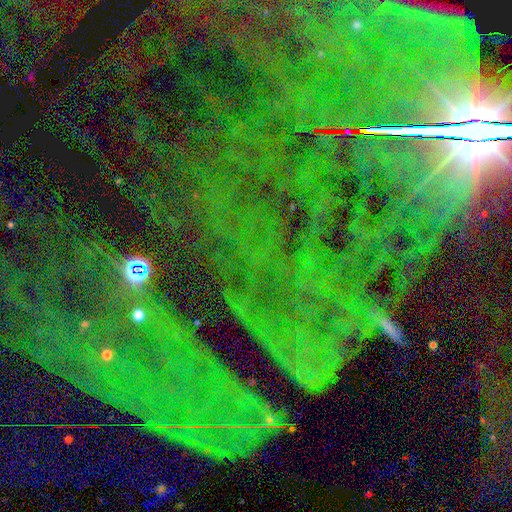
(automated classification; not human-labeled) This appears to be a star or artifact, not a galaxy (85%).